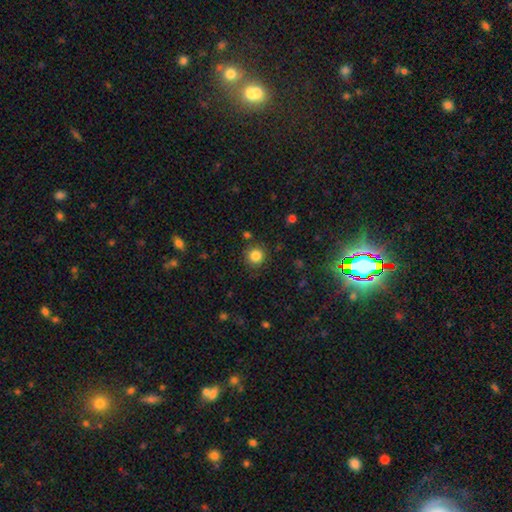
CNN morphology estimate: The model was most divided on "smooth or featured": smooth: 83%, star or artifact: 12%, featured or disk: 5%. More confident: how rounded — round (93%); merging — none (87%).